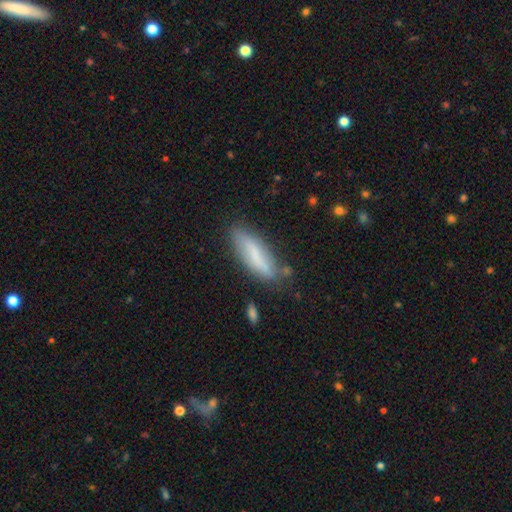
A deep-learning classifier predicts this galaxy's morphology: This is likely a smooth galaxy (66%). How rounded: possibly cigar-shaped (60%). Merging: likely none (69%).